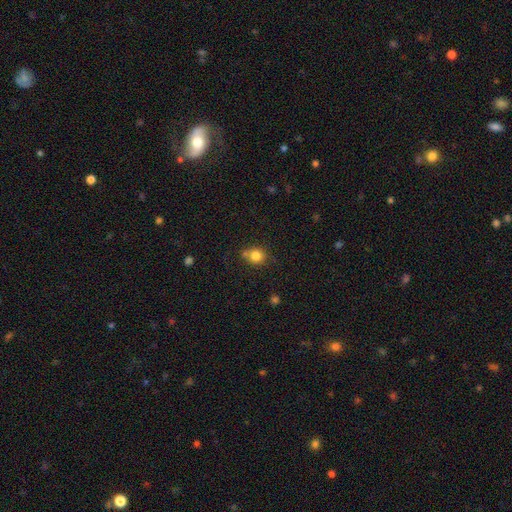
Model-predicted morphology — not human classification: Smooth or featured?
  - smooth: 82% *
  - star or artifact: 11%
  - featured or disk: 7%
How rounded?
  - round: 82% *
  - in between: 17%
  - cigar-shaped: 1%
Merging?
  - none: 65% *
  - minor disturbance: 16%
  - merger: 15%
  - major disturbance: 5%